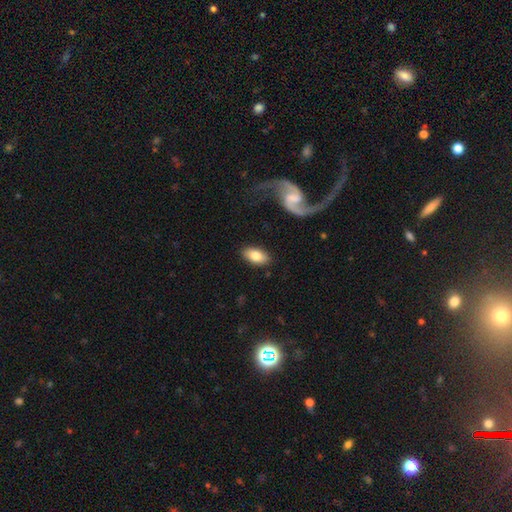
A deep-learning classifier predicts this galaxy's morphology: smooth-or-featured: smooth: 75% | featured or disk: 19% | star or artifact: 6%
  how-rounded: in between: 93% | round: 5% | cigar-shaped: 3%
  merging: none: 85% | minor disturbance: 10% | major disturbance: 3% | merger: 2%